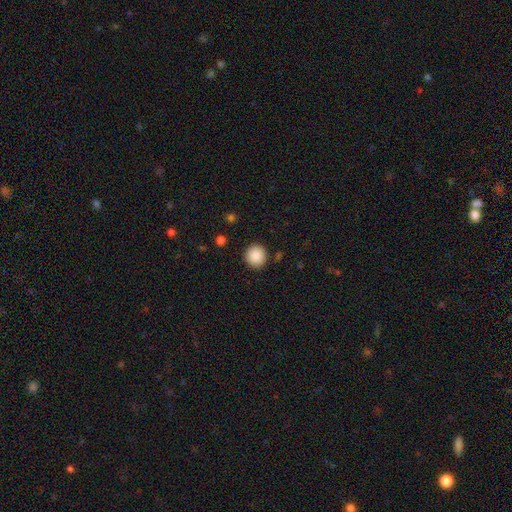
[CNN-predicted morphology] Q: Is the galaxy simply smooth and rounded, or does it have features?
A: smooth — 89%.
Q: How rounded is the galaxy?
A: round — 94%.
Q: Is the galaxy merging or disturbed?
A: none — 90%.